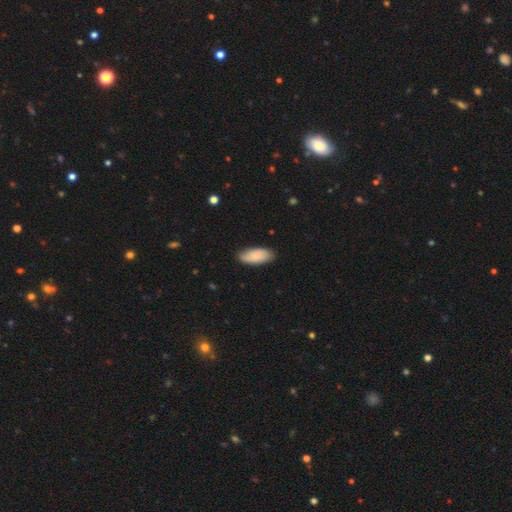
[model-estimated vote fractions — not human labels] The model was most divided on "merging": none: 82%, minor disturbance: 15%, major disturbance: 2%, merger: 1%. More confident: how rounded — in between (86%); smooth or featured — smooth (84%).